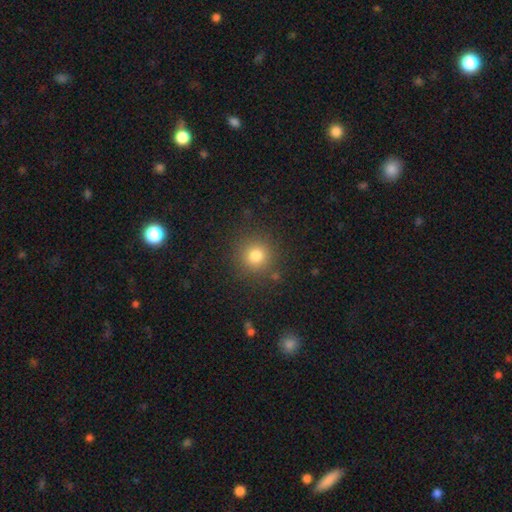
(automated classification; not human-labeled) Smooth or featured? Predicted: smooth (p=0.78). How rounded? Predicted: round (p=0.93). Merging? Predicted: none (p=0.87).